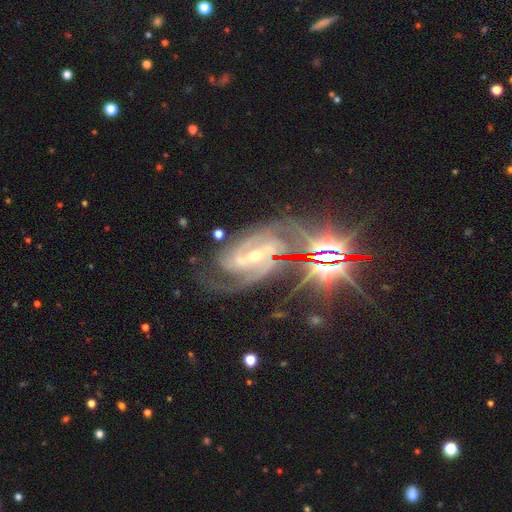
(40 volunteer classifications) This appears to be a featured or disk galaxy (85%) with a strong bar (61%), 2 (94%) medium (52%) spiral arms (100%) and a moderate central bulge (58%). Merging: none (80%).